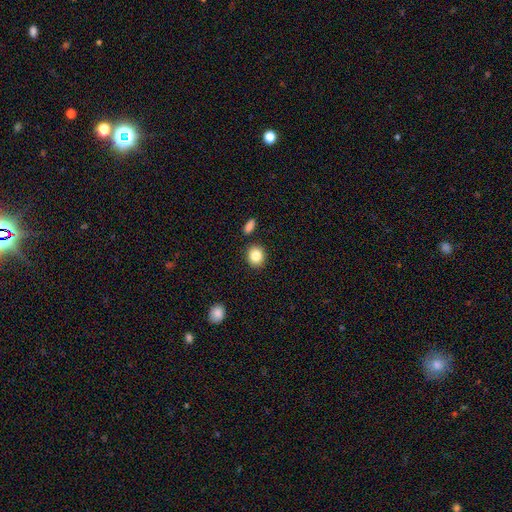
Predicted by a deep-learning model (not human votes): Q: Smooth or featured?
A: smooth (86%); runner-up: star or artifact (8%)
Q: How rounded?
A: round (74%); runner-up: in between (25%)
Q: Merging?
A: none (87%); runner-up: minor disturbance (7%)